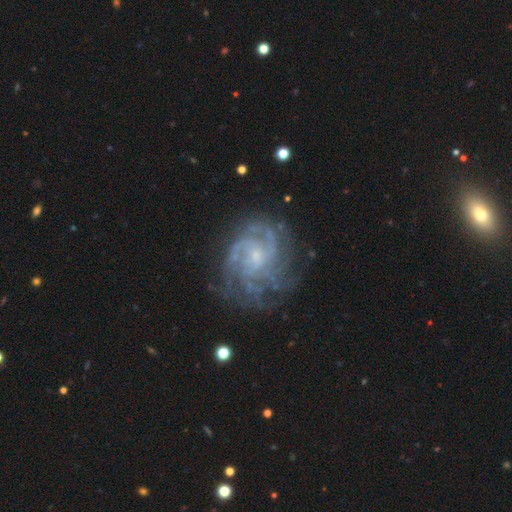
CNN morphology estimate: The model was most divided on "spiral arm count": can't tell: 29%, 4: 22%, 3: 19%, more than 4: 11%, 2: 11%, 1: 7%. More confident: edge-on disk — no (98%); spiral arms — yes (96%); smooth or featured — featured or disk (87%); merging — none (71%); bulge size — small (66%); bar — no (62%); spiral winding — tight (60%).